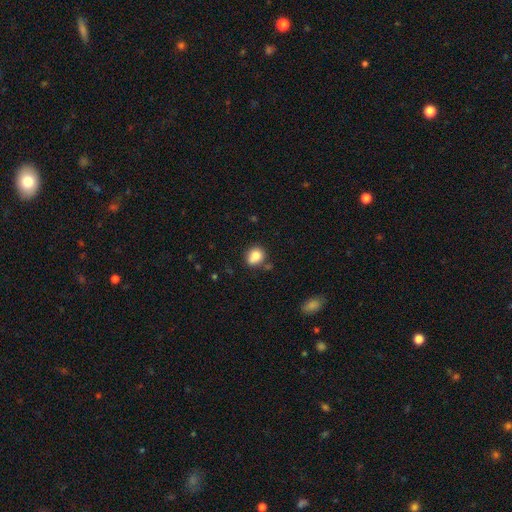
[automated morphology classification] Smooth or featured: smooth — 81% (star or artifact — 10%)
How rounded: round — 71% (in between — 28%)
Merging: none — 67% (minor disturbance — 19%)